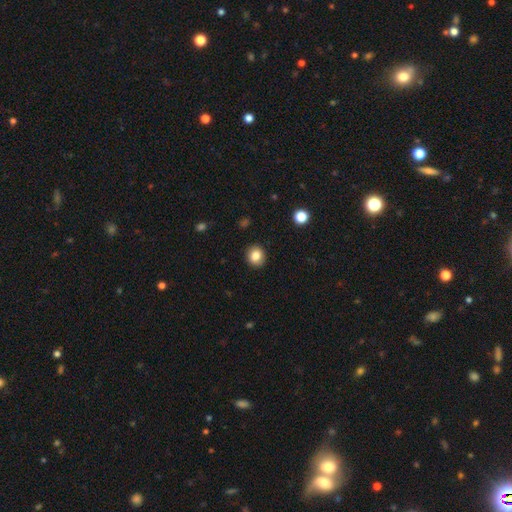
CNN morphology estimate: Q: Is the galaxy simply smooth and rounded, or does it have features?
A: smooth — 84%.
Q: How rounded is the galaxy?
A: round — 81%.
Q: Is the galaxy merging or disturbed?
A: none — 91%.